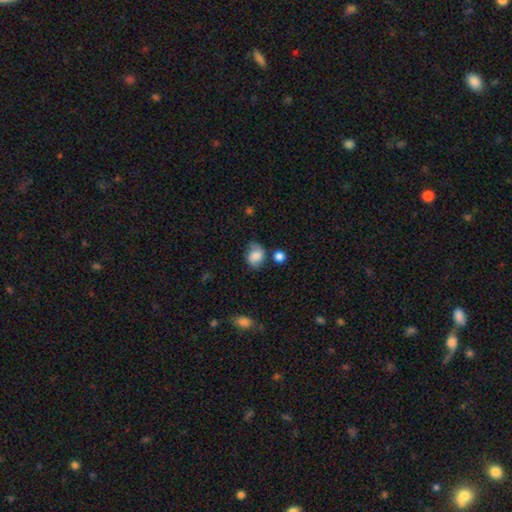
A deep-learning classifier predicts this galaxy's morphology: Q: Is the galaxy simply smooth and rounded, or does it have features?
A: smooth — 73%.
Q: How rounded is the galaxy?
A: in between — 52%.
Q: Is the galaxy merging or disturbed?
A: none — 54%.